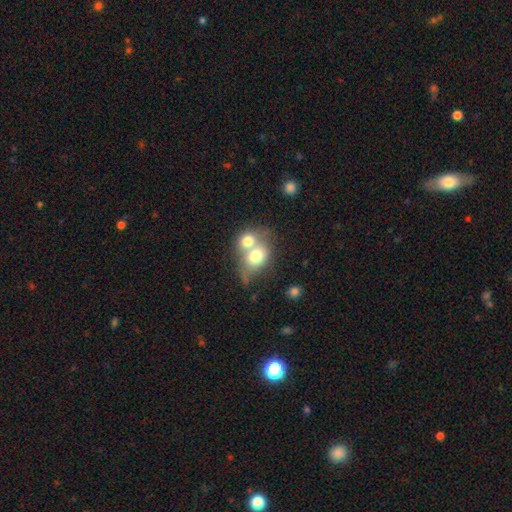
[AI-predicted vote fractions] smooth_or_featured: smooth (p=0.70) [alt: featured or disk p=0.22]
how_rounded: round (p=0.53) [alt: in between p=0.46]
merging: merger (p=0.71) [alt: none p=0.19]